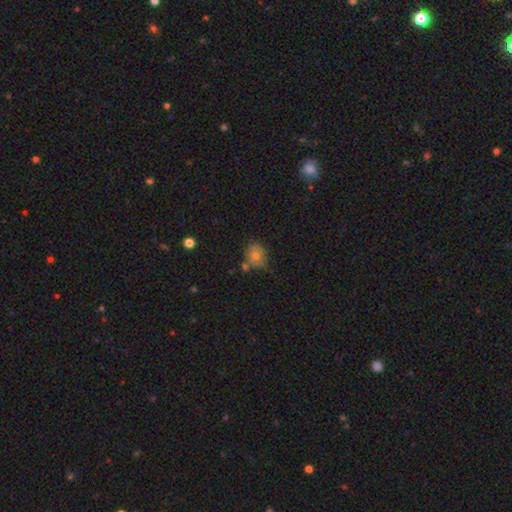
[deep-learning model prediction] smooth_or_featured: smooth (p=0.70) [alt: featured or disk p=0.18]
how_rounded: round (p=0.73) [alt: in between p=0.26]
merging: none (p=0.61) [alt: minor disturbance p=0.24]